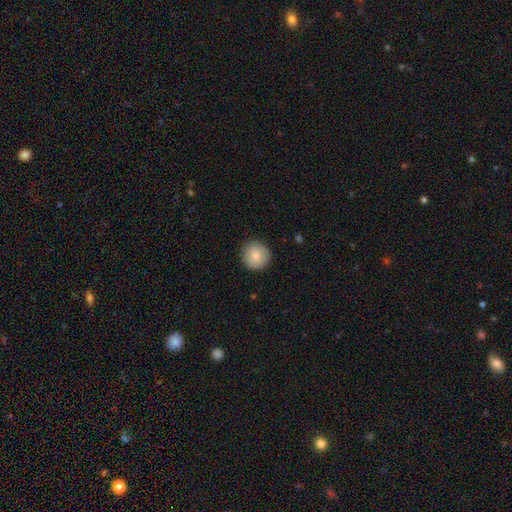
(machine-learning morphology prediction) This is clearly a smooth galaxy (84%). How rounded: clearly round (93%). Merging: clearly none (89%).